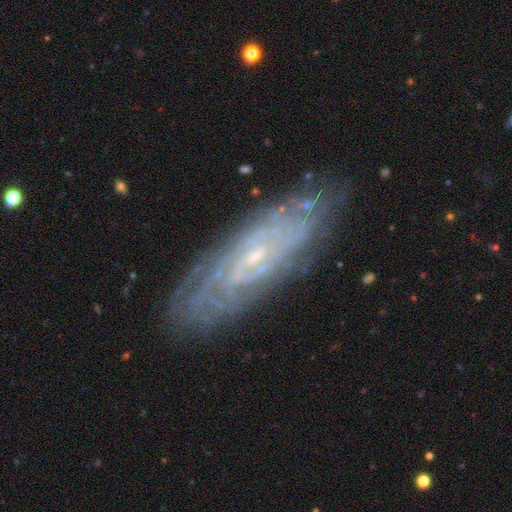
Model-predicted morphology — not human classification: A featured or disk galaxy (82%) with no bar (58%), tight (78%) spiral arms (93%) and a small central bulge (81%).

Vote fractions:
- Smooth or featured? featured or disk: 82% / smooth: 11% / star or artifact: 7%
- Edge-on disk? no: 85% / yes: 15%
- Bar? no: 58% / weak: 33% / strong: 9%
- Spiral arms? yes: 93% / no: 7%
- Spiral winding? tight: 78% / medium: 18% / loose: 4%
- Spiral arm count? can't tell: 52% / 2: 12% / 4: 11% / more than 4: 11% / 3: 9% / 1: 5%
- Bulge size? small: 81% / moderate: 13% / none: 3% / large: 1% / dominant: 1%
- Merging? none: 82% / minor disturbance: 13% / major disturbance: 3% / merger: 2%